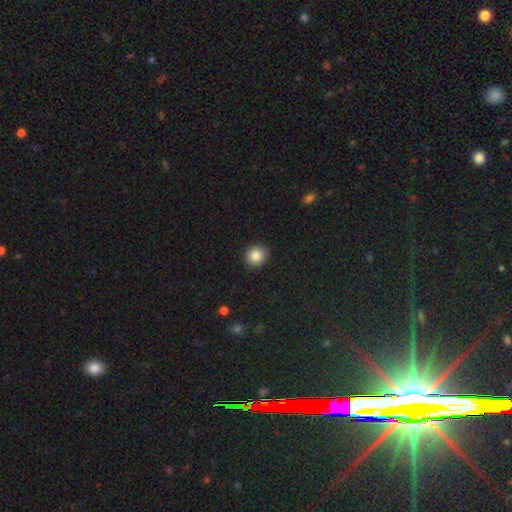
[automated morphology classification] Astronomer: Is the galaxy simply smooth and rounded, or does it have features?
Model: smooth — 85%.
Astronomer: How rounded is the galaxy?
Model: round — 85%.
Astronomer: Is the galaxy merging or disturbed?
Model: none — 91%.